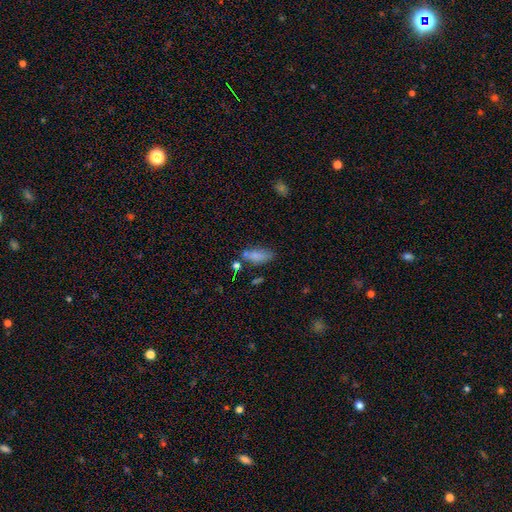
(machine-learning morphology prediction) This is likely a smooth galaxy (78%). How rounded: clearly in between (81%). Merging: possibly none (53%).